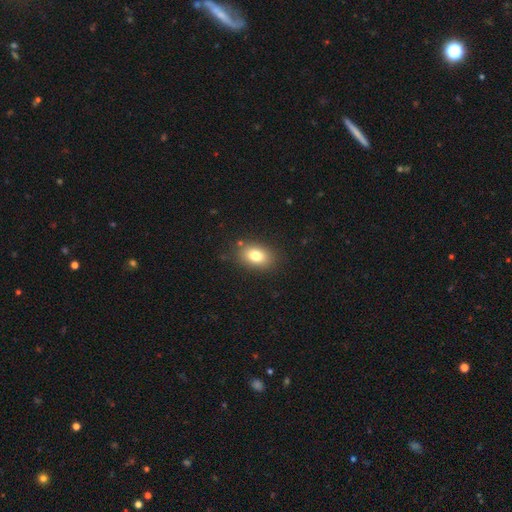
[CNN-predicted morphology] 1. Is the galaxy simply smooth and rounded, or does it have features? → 79% smooth, 11% featured or disk, 10% star or artifact.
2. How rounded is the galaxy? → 81% in between, 18% round, 1% cigar-shaped.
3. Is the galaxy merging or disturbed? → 85% none, 10% minor disturbance, 3% major disturbance, 2% merger.